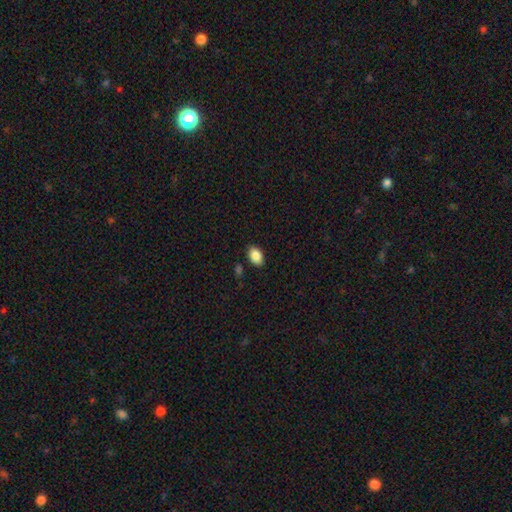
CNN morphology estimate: This is clearly a smooth galaxy (88%). How rounded: clearly in between (87%). Merging: clearly none (86%).